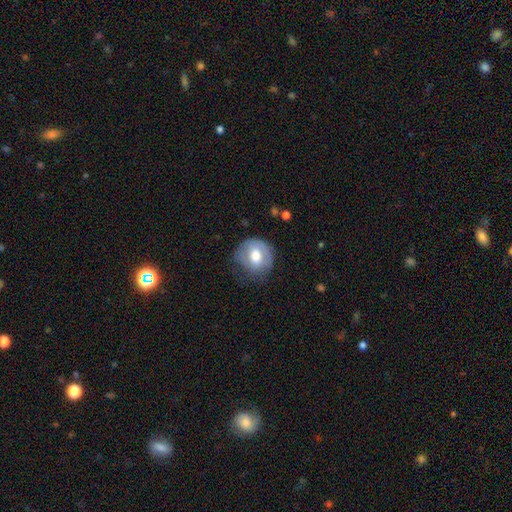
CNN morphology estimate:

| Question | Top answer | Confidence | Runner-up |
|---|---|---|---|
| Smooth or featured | smooth | 58% | featured or disk (35%) |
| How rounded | round | 77% | in between (22%) |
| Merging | none | 56% | minor disturbance (28%) |